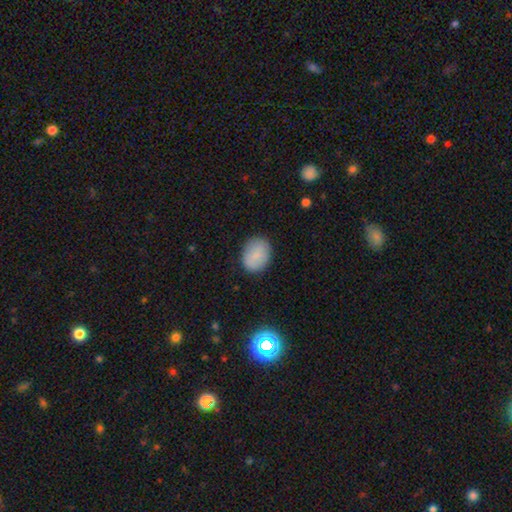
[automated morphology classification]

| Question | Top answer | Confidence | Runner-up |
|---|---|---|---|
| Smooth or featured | smooth | 83% | featured or disk (10%) |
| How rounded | in between | 60% | round (39%) |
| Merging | none | 84% | minor disturbance (12%) |